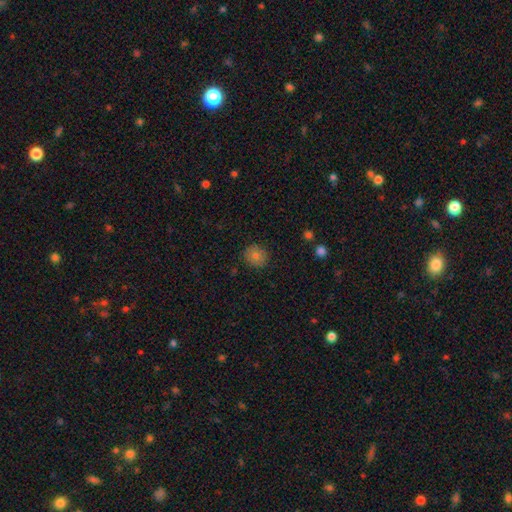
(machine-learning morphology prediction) smooth_or_featured: smooth (p=0.76) [alt: star or artifact p=0.13]
how_rounded: round (p=0.90) [alt: in between p=0.09]
merging: none (p=0.88) [alt: minor disturbance p=0.09]